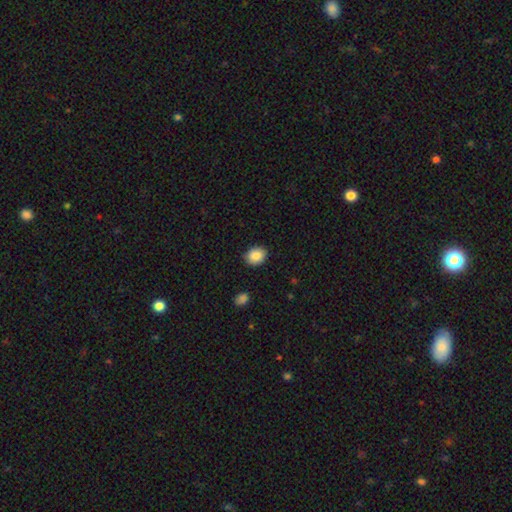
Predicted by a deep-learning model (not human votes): smooth 88%, star or artifact 8%, featured or disk 4%. Down the decision tree: how rounded — round (50%); merging — none (86%).